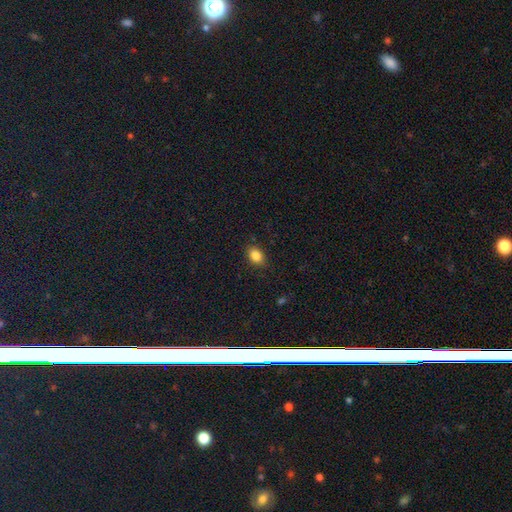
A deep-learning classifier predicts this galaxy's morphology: Smooth or featured: smooth — 85% (star or artifact — 10%)
How rounded: in between — 78% (round — 21%)
Merging: none — 86% (minor disturbance — 10%)